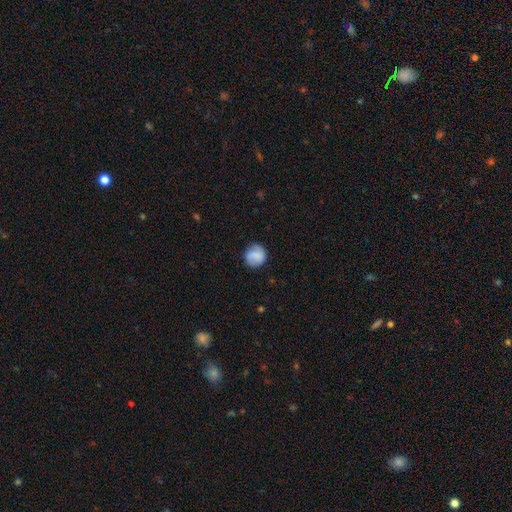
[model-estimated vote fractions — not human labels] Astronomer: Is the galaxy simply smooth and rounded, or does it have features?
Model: smooth — 80%.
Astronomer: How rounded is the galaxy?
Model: round — 89%.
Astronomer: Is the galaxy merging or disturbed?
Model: none — 83%.